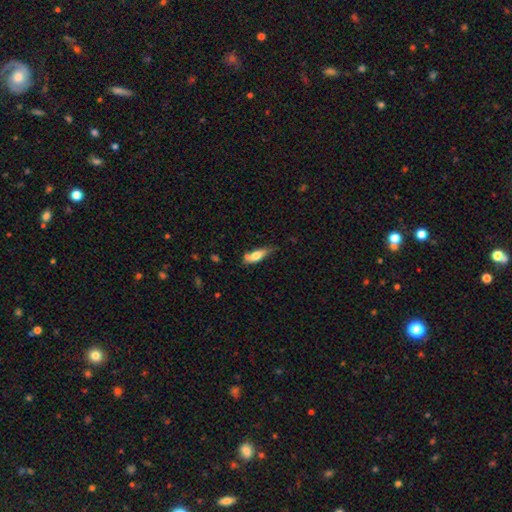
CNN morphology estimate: The model was most divided on "merging": none: 49%, minor disturbance: 31%, merger: 12%, major disturbance: 8%. More confident: smooth or featured — smooth (69%); how rounded — in between (59%).